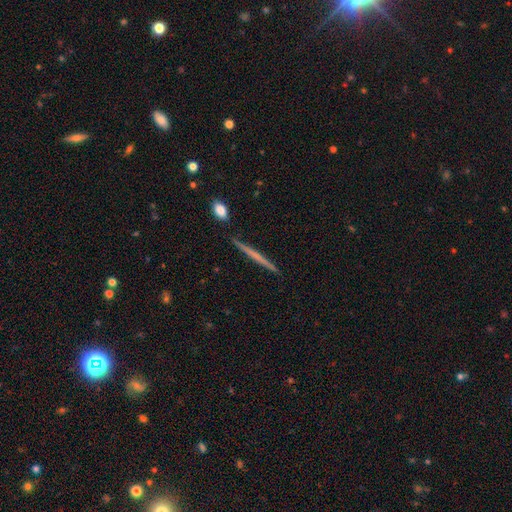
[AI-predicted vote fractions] The model was most divided on "smooth or featured": featured or disk: 53%, smooth: 41%, star or artifact: 6%. More confident: edge-on disk — yes (98%); merging — none (91%); edge-on bulge — none (86%).